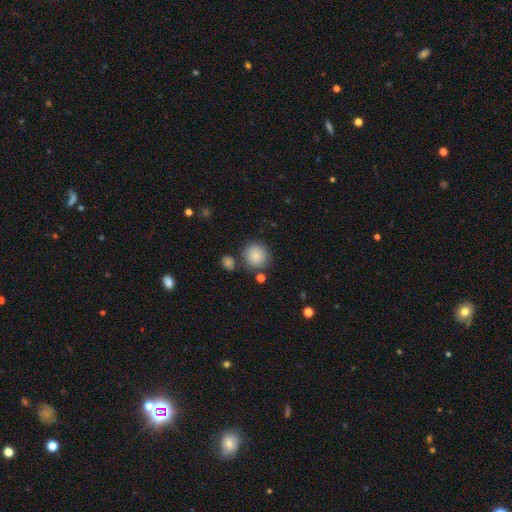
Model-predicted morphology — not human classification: This appears to be a smooth galaxy with no disk features (83%) that is round (90%). Merging: none (73%).